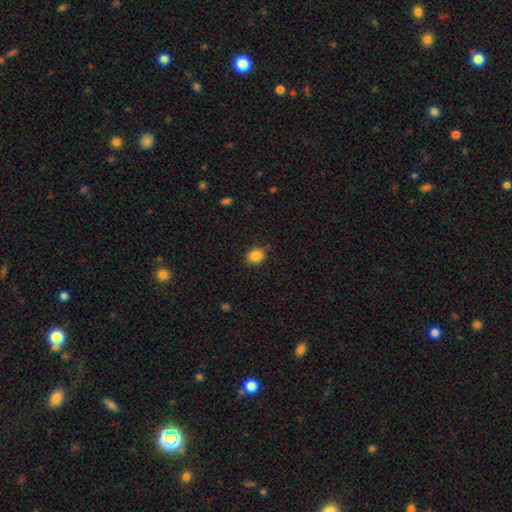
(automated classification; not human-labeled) The model was most divided on "how rounded": round: 62%, in between: 37%, cigar-shaped: 1%. More confident: merging — none (85%); smooth or featured — smooth (85%).